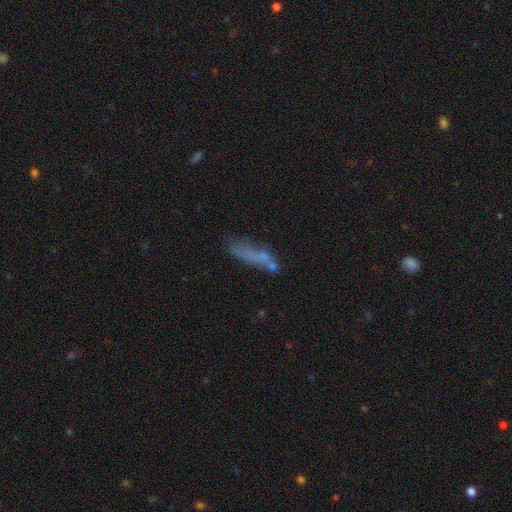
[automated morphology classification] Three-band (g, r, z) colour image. It shows a smooth galaxy with no disk features (58%) that is cigar-shaped (67%). Merging: none (50%).